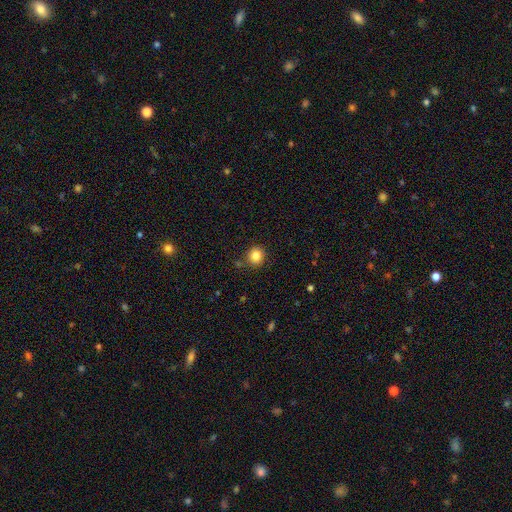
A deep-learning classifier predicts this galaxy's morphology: Smooth or featured? smooth (84%)
How rounded? round (89%)
Merging? none (84%)